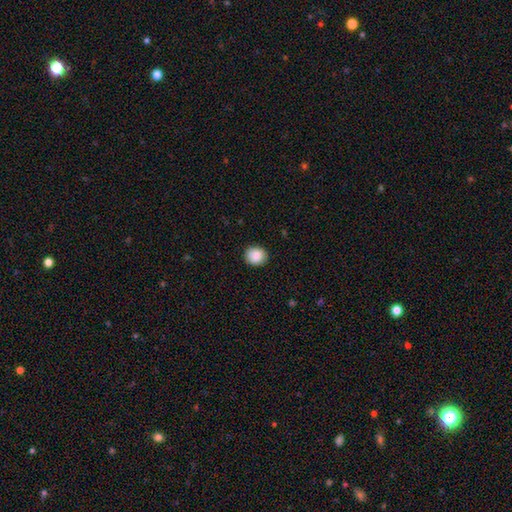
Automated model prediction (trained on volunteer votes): Smooth or featured?
  - smooth: 89% *
  - star or artifact: 8%
  - featured or disk: 3%
How rounded?
  - round: 81% *
  - in between: 18%
  - cigar-shaped: 1%
Merging?
  - none: 90% *
  - minor disturbance: 7%
  - major disturbance: 2%
  - merger: 1%